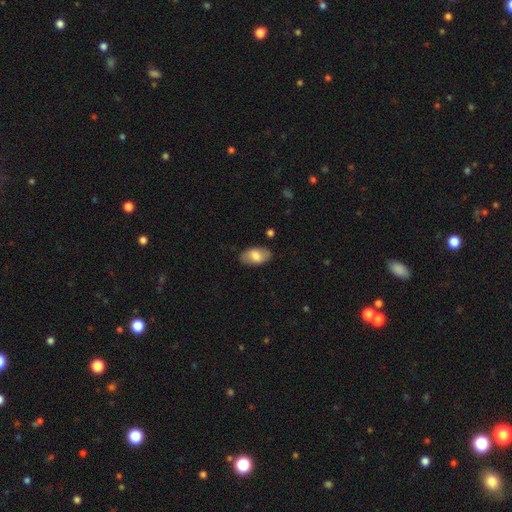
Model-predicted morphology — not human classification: A smooth galaxy with no disk features (73%) that is in between round and cigar-shaped (94%). Merging: none (82%).